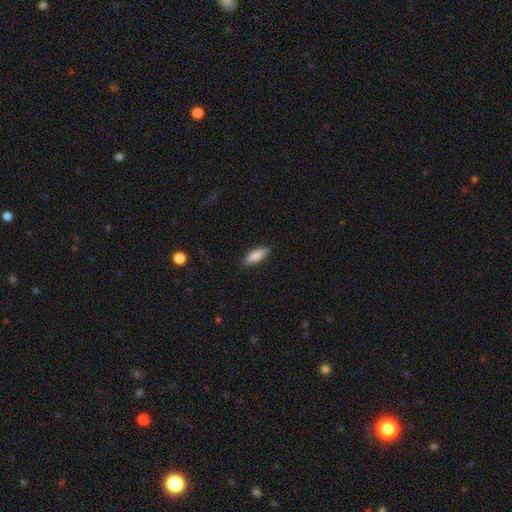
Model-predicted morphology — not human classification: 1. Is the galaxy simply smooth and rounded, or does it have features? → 85% smooth, 9% featured or disk, 6% star or artifact.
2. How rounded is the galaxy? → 53% in between, 45% cigar-shaped, 2% round.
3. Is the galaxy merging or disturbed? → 88% none, 9% minor disturbance, 2% major disturbance, 1% merger.